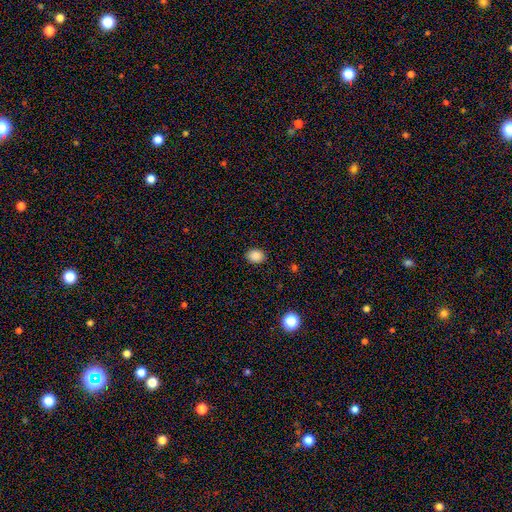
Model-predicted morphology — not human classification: Smooth or featured?
  - smooth: 86% *
  - star or artifact: 10%
  - featured or disk: 4%
How rounded?
  - in between: 52% *
  - round: 47%
  - cigar-shaped: 1%
Merging?
  - none: 88% *
  - minor disturbance: 9%
  - major disturbance: 2%
  - merger: 1%